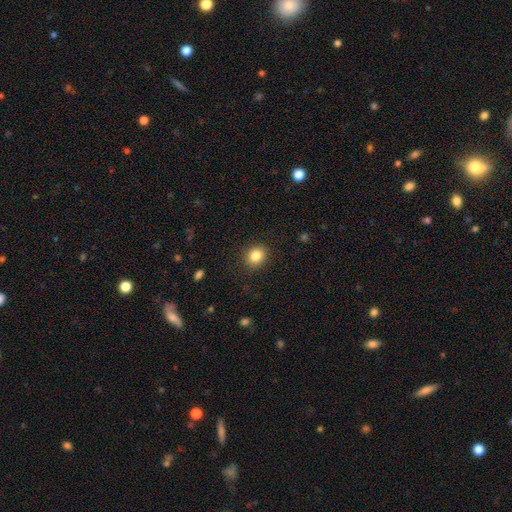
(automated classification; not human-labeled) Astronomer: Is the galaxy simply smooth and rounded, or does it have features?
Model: smooth — 84%.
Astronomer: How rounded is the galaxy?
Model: round — 70%.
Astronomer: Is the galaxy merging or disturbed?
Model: none — 89%.